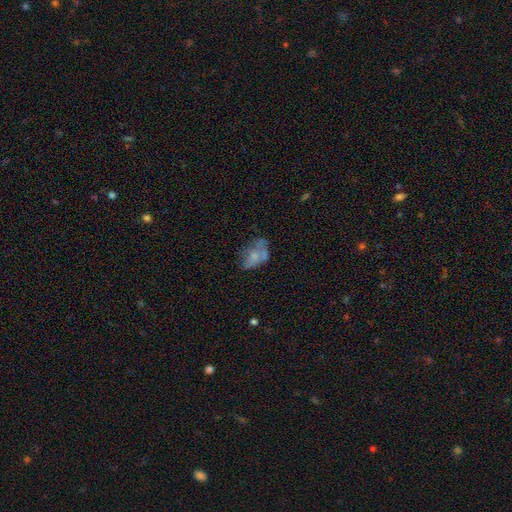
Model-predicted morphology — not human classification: smooth 48%, featured or disk 41%, star or artifact 12%. Down the decision tree: merging — none (34%).